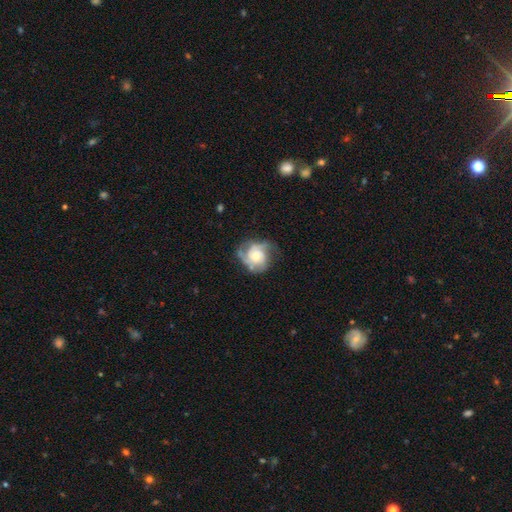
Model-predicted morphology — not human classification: smooth_or_featured: featured or disk (p=0.78) [alt: smooth p=0.16]
disk_edge_on: no (p=0.98) [alt: yes p=0.02]
bar: no (p=0.75) [alt: weak p=0.22]
has_spiral_arms: yes (p=0.94) [alt: no p=0.06]
spiral_winding: tight (p=0.43) [tied with: medium p=0.43]
spiral_arm_count: 3 (p=0.40) [alt: 2 p=0.27]
bulge_size: moderate (p=0.48) [alt: small p=0.33]
merging: none (p=0.60) [alt: minor disturbance p=0.23]